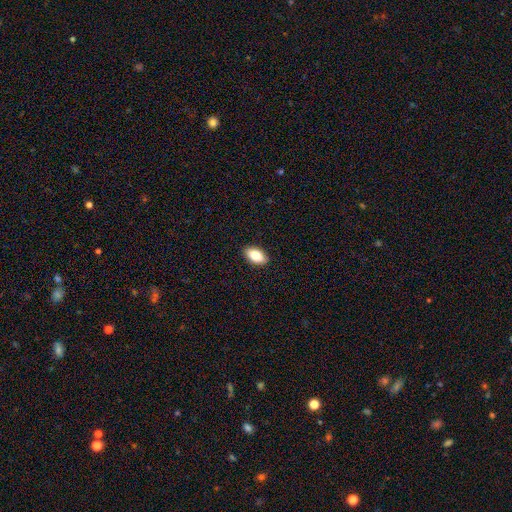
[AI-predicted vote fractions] The model was most divided on "smooth or featured": smooth: 82%, featured or disk: 11%, star or artifact: 7%. More confident: how rounded — in between (93%); merging — none (90%).